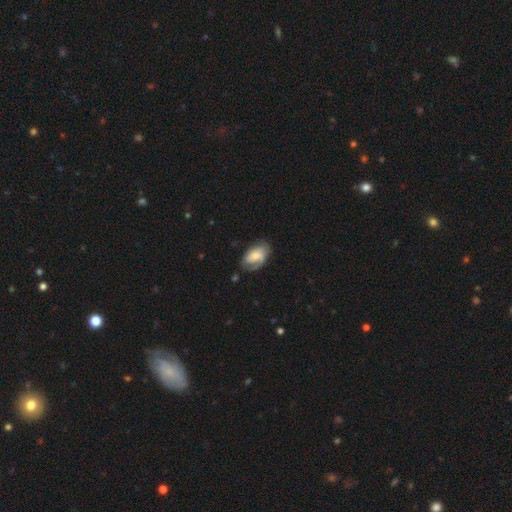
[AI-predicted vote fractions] Smooth or featured: featured or disk — 49% (smooth — 44%)
Merging: none — 55% (minor disturbance — 28%)